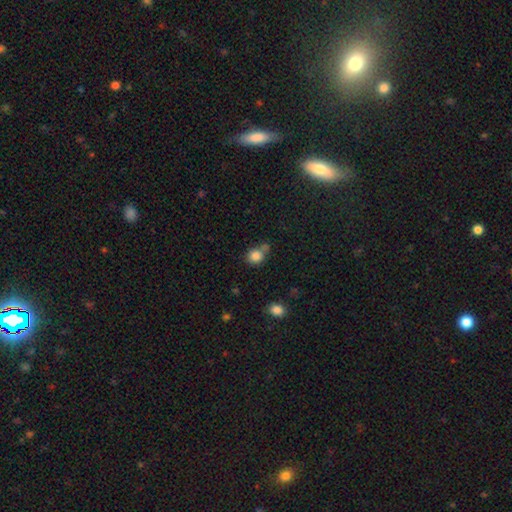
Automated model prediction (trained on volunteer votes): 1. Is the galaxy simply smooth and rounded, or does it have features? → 84% smooth, 11% star or artifact, 6% featured or disk.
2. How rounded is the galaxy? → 75% round, 24% in between, 1% cigar-shaped.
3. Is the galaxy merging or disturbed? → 50% none, 28% merger, 16% minor disturbance, 6% major disturbance.